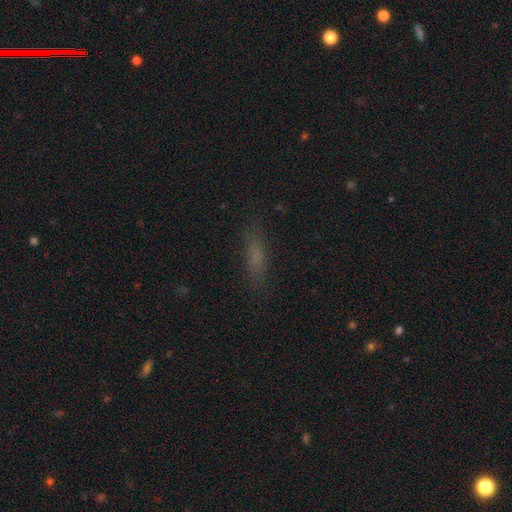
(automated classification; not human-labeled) smooth-or-featured: smooth: 67% | featured or disk: 17% | star or artifact: 16%
  how-rounded: cigar-shaped: 66% | in between: 31% | round: 3%
  merging: none: 83% | minor disturbance: 12% | major disturbance: 4% | merger: 1%